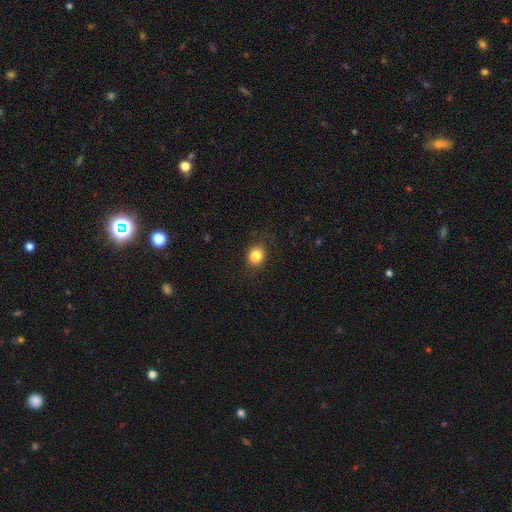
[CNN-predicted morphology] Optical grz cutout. It shows a smooth galaxy with no disk features (84%) that is round (56%). Merging: none (84%).